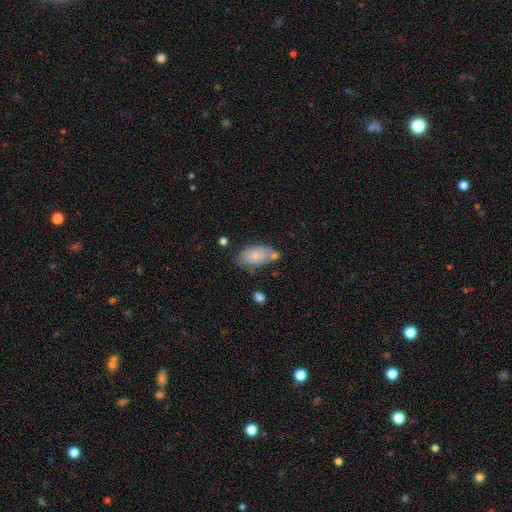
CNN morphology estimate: A smooth galaxy with no disk features (78%) that is in between round and cigar-shaped (93%).

Vote fractions:
- Smooth or featured? smooth: 78% / featured or disk: 15% / star or artifact: 7%
- How rounded? in between: 93% / round: 4% / cigar-shaped: 3%
- Merging? none: 57% / minor disturbance: 23% / merger: 13% / major disturbance: 6%